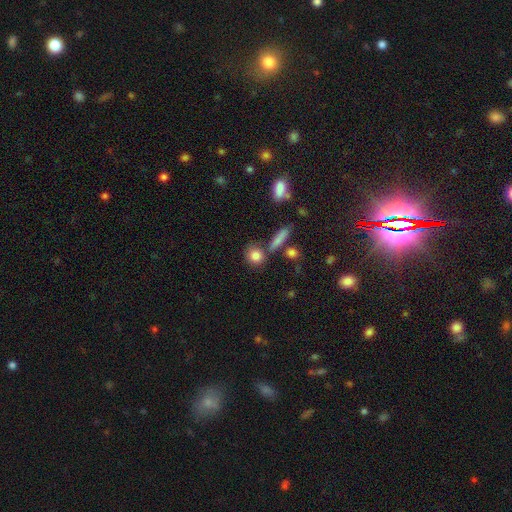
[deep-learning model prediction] Smooth or featured? Predicted: smooth (p=0.83). How rounded? Predicted: round (p=0.72). Merging? Predicted: none (p=0.68).